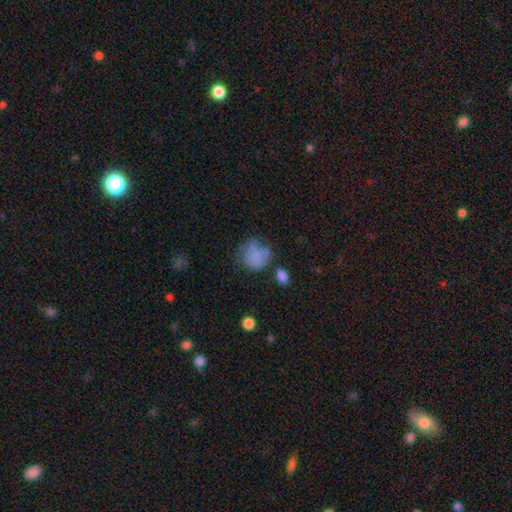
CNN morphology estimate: smooth 71%, featured or disk 18%, star or artifact 11%. Down the decision tree: how rounded — round (66%); merging — none (39%).